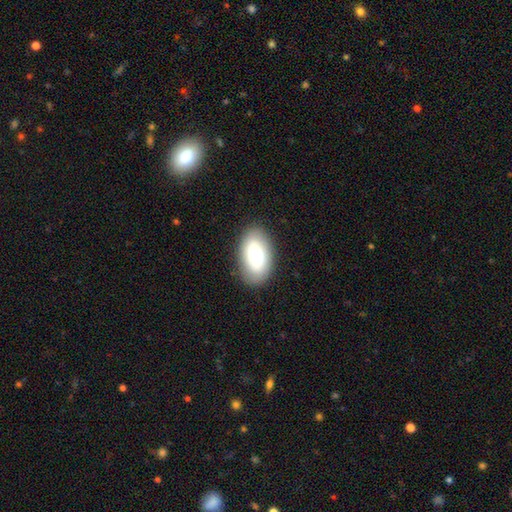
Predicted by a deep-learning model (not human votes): This appears to be a smooth galaxy with no disk features (71%) that is in between round and cigar-shaped (91%). Merging: none (85%).